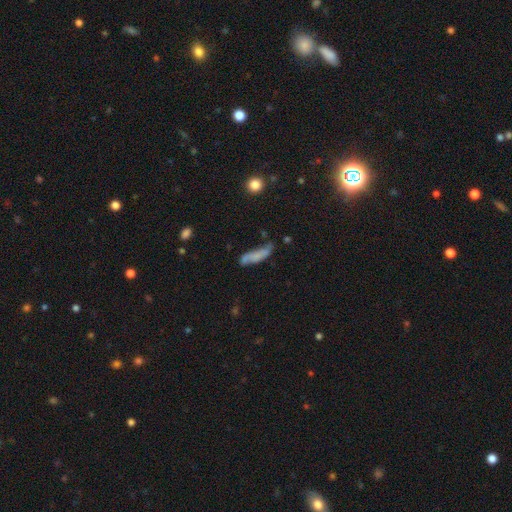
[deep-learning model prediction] Morphology: type=smooth (62%); roundness=cigar-shaped (67%); merging=none (49%).